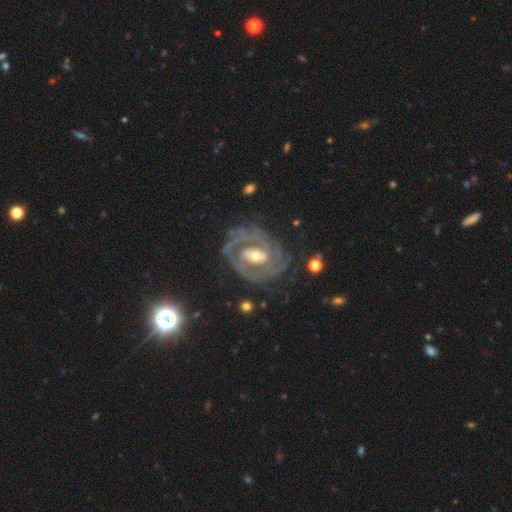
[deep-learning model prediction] smooth_or_featured: featured or disk (p=0.88) [alt: smooth p=0.07]
disk_edge_on: no (p=0.97) [alt: yes p=0.03]
bar: no (p=0.47) [alt: weak p=0.36]
has_spiral_arms: yes (p=0.90) [alt: no p=0.10]
spiral_winding: tight (p=0.62) [alt: medium p=0.30]
spiral_arm_count: 2 (p=0.38) [alt: can't tell p=0.26]
bulge_size: moderate (p=0.60) [alt: small p=0.32]
merging: none (p=0.64) [alt: minor disturbance p=0.19]